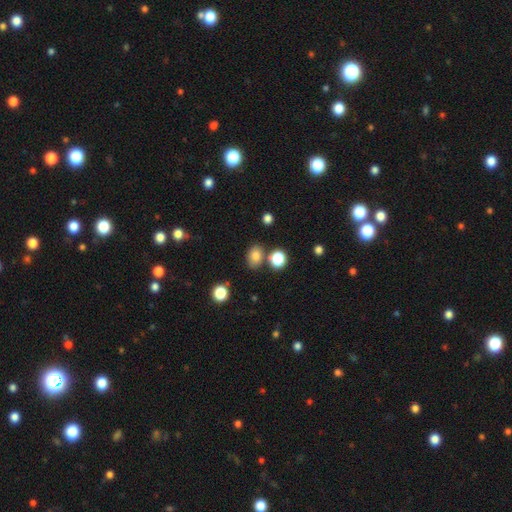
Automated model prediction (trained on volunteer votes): Smooth or featured? Predicted: smooth (p=0.80). How rounded? Predicted: in between (p=0.68). Merging? Predicted: none (p=0.72).